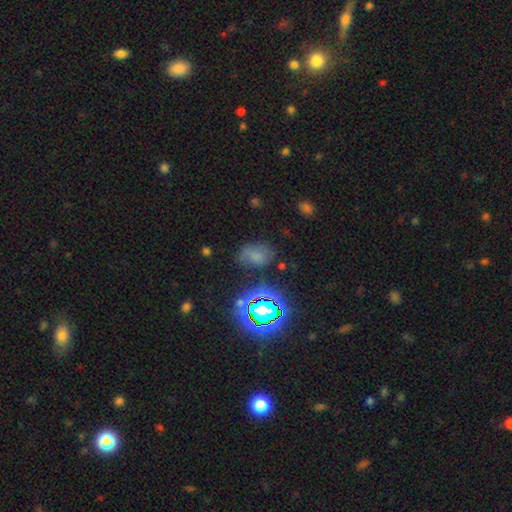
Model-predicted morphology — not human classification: Q: Smooth or featured?
A: smooth (57%); runner-up: star or artifact (26%)
Q: How rounded?
A: in between (82%); runner-up: round (17%)
Q: Merging?
A: none (58%); runner-up: minor disturbance (24%)